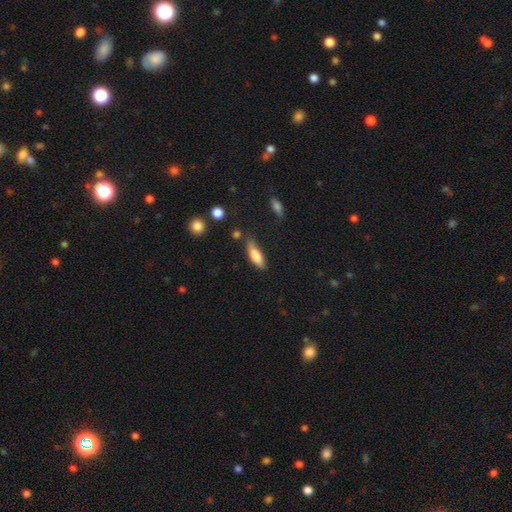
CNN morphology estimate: Smooth or featured? Predicted: smooth (p=0.81). How rounded? Predicted: in between (p=0.59). Merging? Predicted: none (p=0.55).